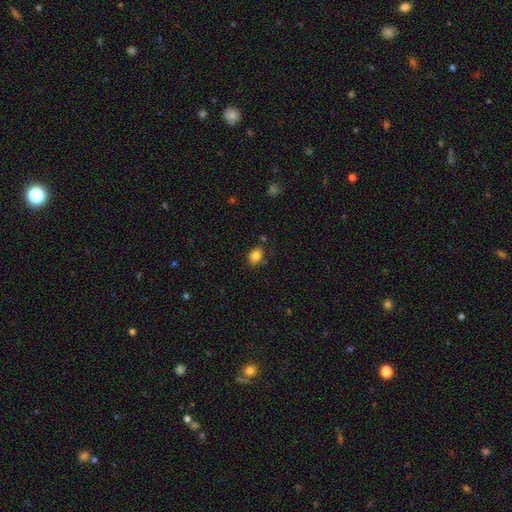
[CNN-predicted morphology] This appears to be a smooth galaxy with no disk features (83%) that is in between round and cigar-shaped (72%). Merging: none (77%).